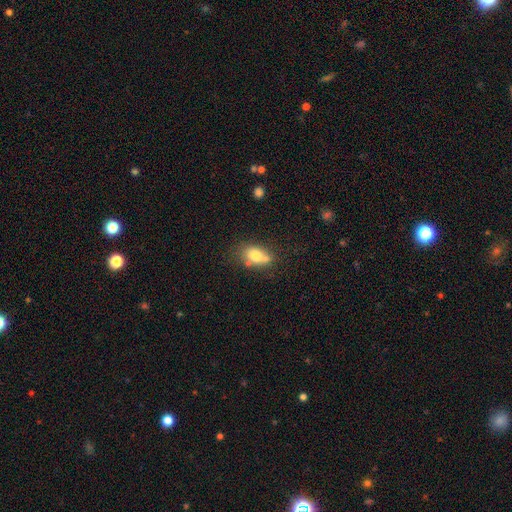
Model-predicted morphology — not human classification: Q: Smooth or featured?
A: smooth (74%); runner-up: featured or disk (17%)
Q: How rounded?
A: in between (76%); runner-up: round (22%)
Q: Merging?
A: none (50%); runner-up: merger (26%)